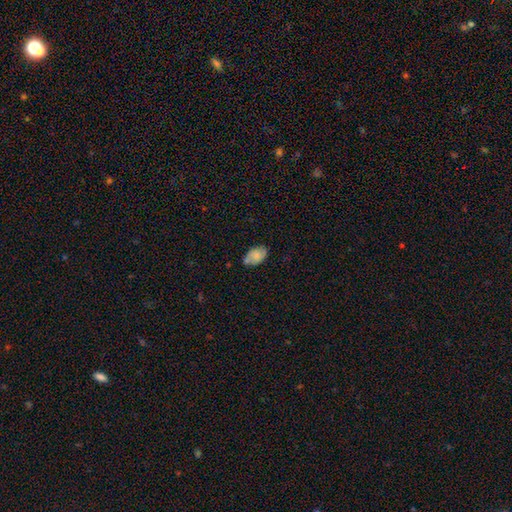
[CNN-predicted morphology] Q: Smooth or featured?
A: smooth (70%); runner-up: featured or disk (22%)
Q: How rounded?
A: in between (90%); runner-up: round (9%)
Q: Merging?
A: none (59%); runner-up: minor disturbance (24%)